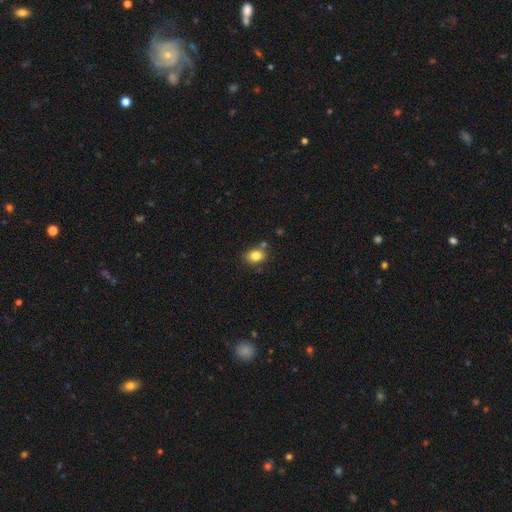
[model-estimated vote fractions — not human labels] The model was most divided on "how rounded": in between: 62%, round: 37%, cigar-shaped: 1%. More confident: smooth or featured — smooth (82%); merging — none (73%).